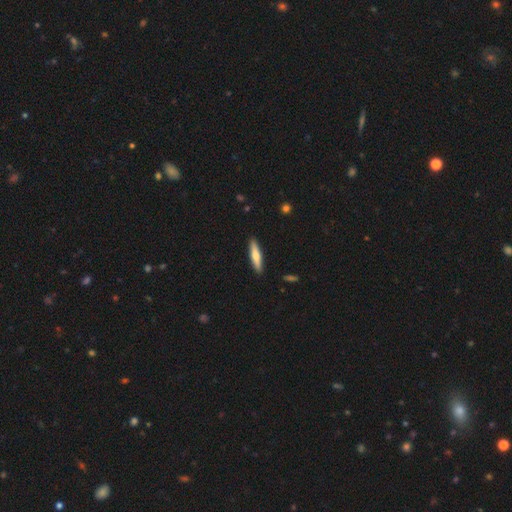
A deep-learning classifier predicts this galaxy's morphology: smooth 62%, featured or disk 32%, star or artifact 5%. Down the decision tree: how rounded — cigar-shaped (83%); merging — none (91%).